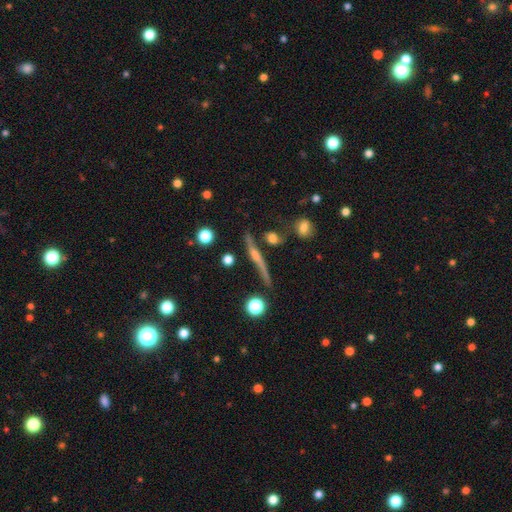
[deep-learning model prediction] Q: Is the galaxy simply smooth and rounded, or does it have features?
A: featured or disk — 69%.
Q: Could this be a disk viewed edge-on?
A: yes — 92%.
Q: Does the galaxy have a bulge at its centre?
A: rounded — 54%.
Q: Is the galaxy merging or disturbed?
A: none — 73%.